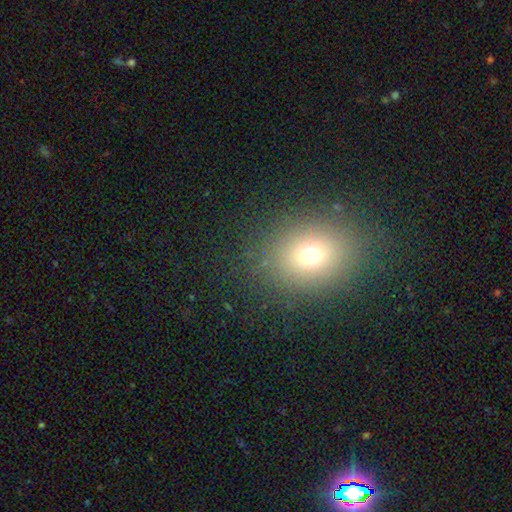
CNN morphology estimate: smooth_or_featured: smooth (p=0.69) [alt: star or artifact p=0.20]
how_rounded: round (p=0.50) [alt: in between p=0.48]
merging: none (p=0.87) [alt: minor disturbance p=0.08]